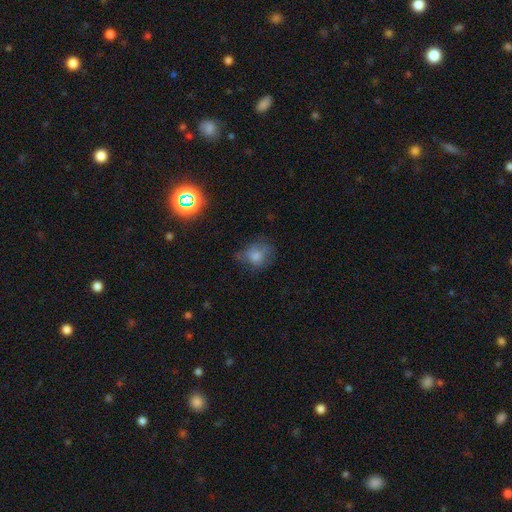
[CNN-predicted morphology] smooth_or_featured: smooth (p=0.65) [alt: star or artifact p=0.18]
how_rounded: round (p=0.67) [alt: in between p=0.32]
merging: none (p=0.57) [alt: minor disturbance p=0.28]